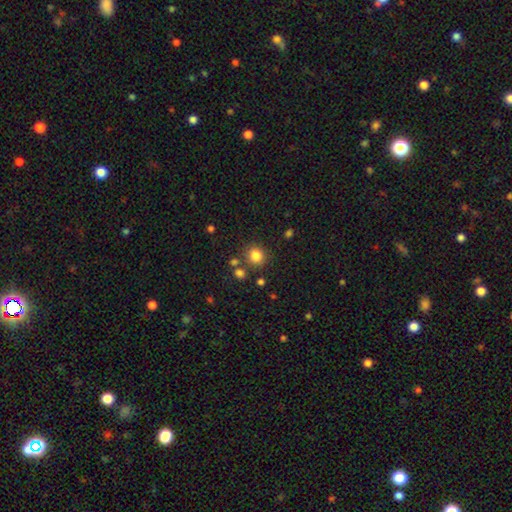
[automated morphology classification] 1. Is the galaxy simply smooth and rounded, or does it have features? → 82% smooth, 12% star or artifact, 6% featured or disk.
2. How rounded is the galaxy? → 82% round, 17% in between, 1% cigar-shaped.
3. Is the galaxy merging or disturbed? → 78% none, 10% minor disturbance, 8% merger, 4% major disturbance.